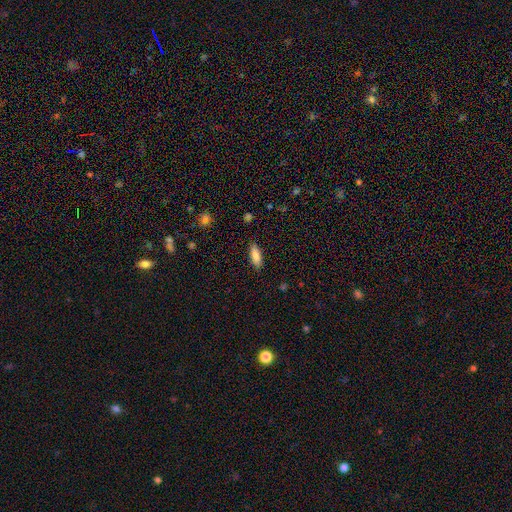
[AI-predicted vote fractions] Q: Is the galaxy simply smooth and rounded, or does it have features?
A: smooth — 87%.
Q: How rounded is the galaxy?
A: in between — 67%.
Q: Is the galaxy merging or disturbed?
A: none — 87%.